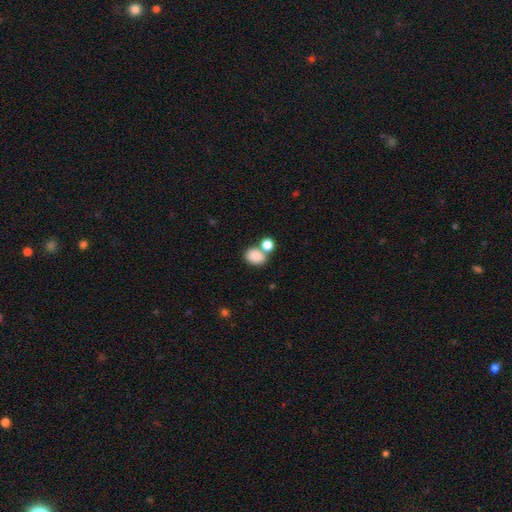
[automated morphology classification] Overall: smooth (85%). How rounded: in between (62%; round 37%). Merging: none (52%; merger 34%).